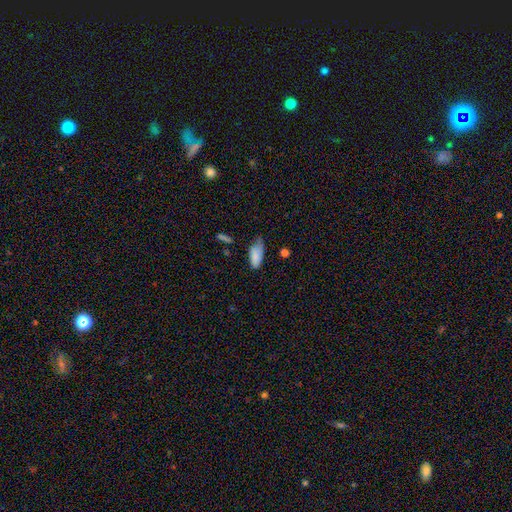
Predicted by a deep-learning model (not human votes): Q: Smooth or featured?
A: smooth (83%); runner-up: featured or disk (10%)
Q: How rounded?
A: in between (90%); runner-up: cigar-shaped (8%)
Q: Merging?
A: minor disturbance (45%); runner-up: none (38%)